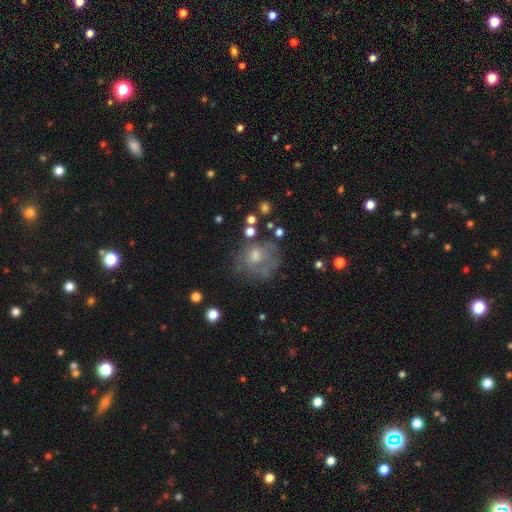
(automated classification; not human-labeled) This is possibly a smooth galaxy (49%). Merging: possibly none (51%).